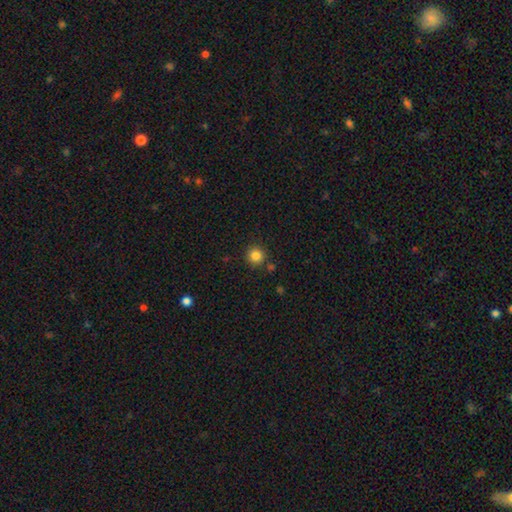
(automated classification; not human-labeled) A smooth galaxy with no disk features (84%) that is round (94%). Merging: none (86%).